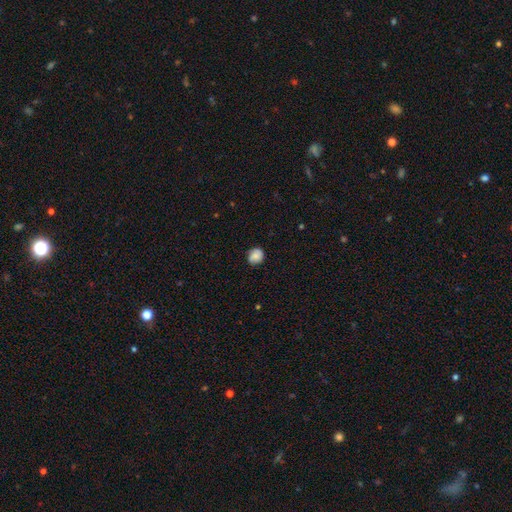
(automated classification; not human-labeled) smooth_or_featured: smooth (p=0.72) [alt: featured or disk p=0.19]
how_rounded: round (p=0.76) [alt: in between p=0.23]
merging: none (p=0.76) [alt: minor disturbance p=0.19]